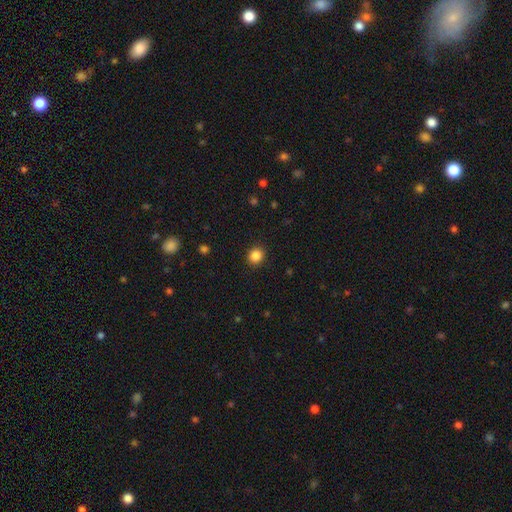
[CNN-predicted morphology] This appears to be a smooth galaxy with no disk features (86%) that is round (82%). Merging: none (91%).